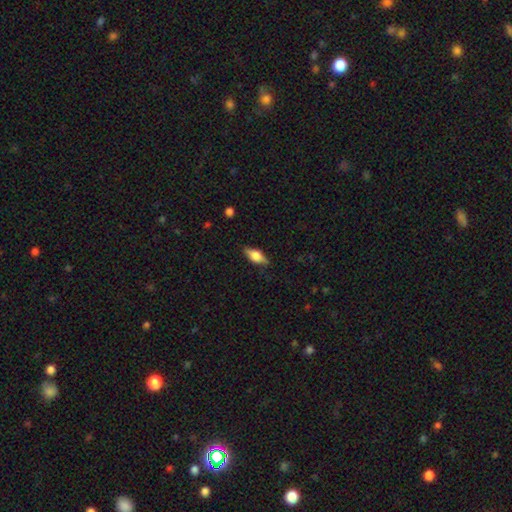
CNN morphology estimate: This is possibly a smooth galaxy (55%). How rounded: likely in between (76%). Merging: clearly none (82%).